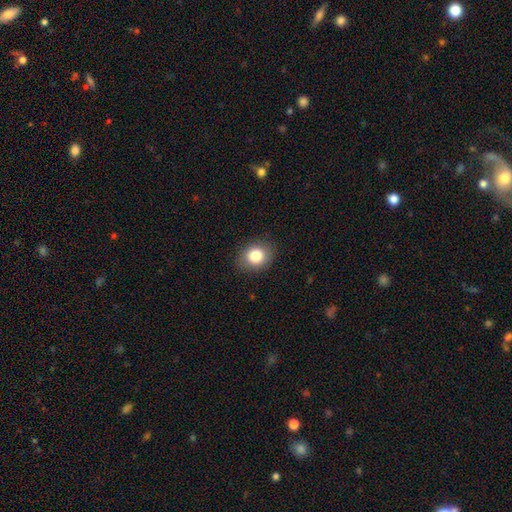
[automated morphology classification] Q: Smooth or featured?
A: smooth (83%); runner-up: star or artifact (10%)
Q: How rounded?
A: round (55%); runner-up: in between (44%)
Q: Merging?
A: none (87%); runner-up: minor disturbance (10%)